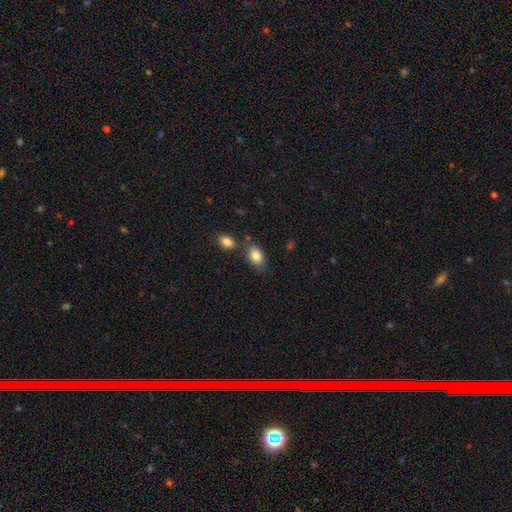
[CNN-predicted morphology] Smooth or featured? smooth (85%)
How rounded? in between (88%)
Merging? none (68%)